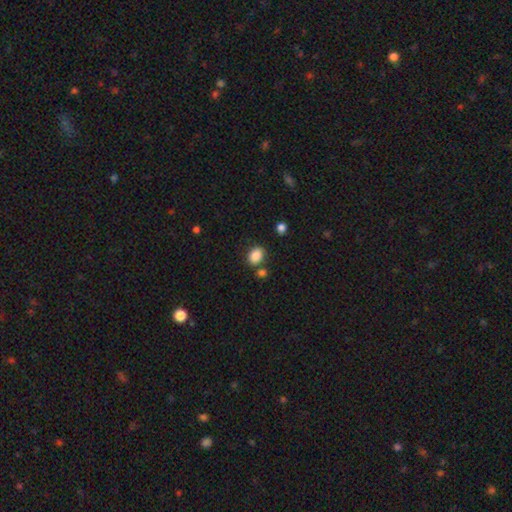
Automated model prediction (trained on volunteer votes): Morphology: type=smooth (86%); roundness=in between (74%); merging=none (73%).